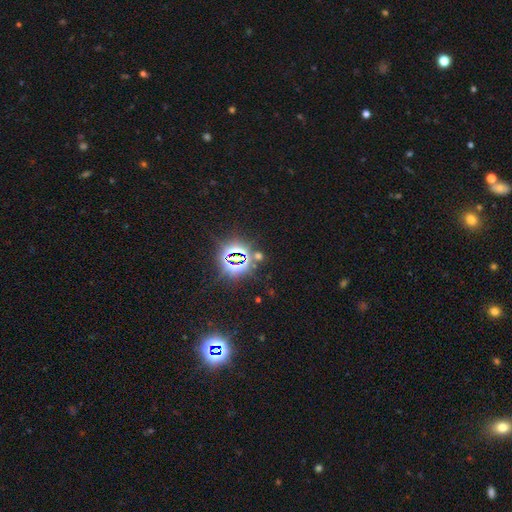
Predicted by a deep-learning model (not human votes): Morphology: type=star or artifact (81%).